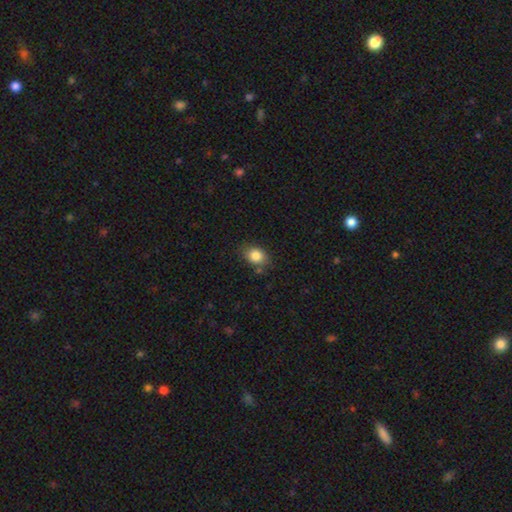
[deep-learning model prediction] Q: Smooth or featured?
A: smooth (84%); runner-up: star or artifact (9%)
Q: How rounded?
A: in between (67%); runner-up: round (32%)
Q: Merging?
A: none (77%); runner-up: minor disturbance (16%)